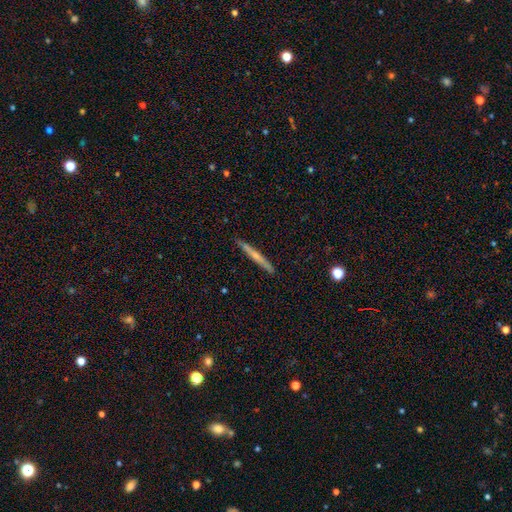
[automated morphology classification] smooth_or_featured: featured or disk (p=0.54) [alt: smooth p=0.40]
disk_edge_on: yes (p=0.97) [alt: no p=0.03]
edge_on_bulge: rounded (p=0.49) [alt: none p=0.47]
merging: none (p=0.91) [alt: minor disturbance p=0.07]